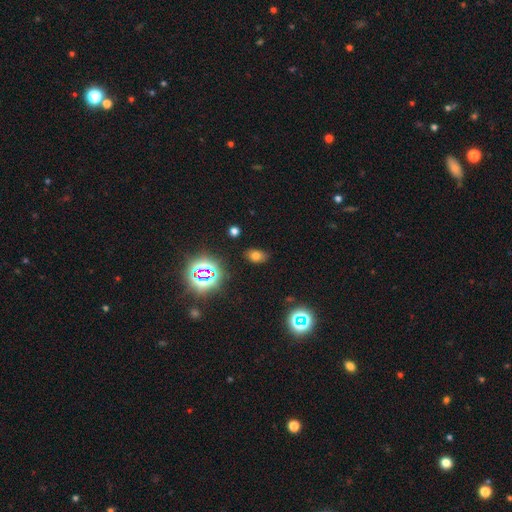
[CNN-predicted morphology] Smooth or featured: smooth — 64% (star or artifact — 27%)
How rounded: in between — 81% (round — 17%)
Merging: none — 81% (minor disturbance — 13%)